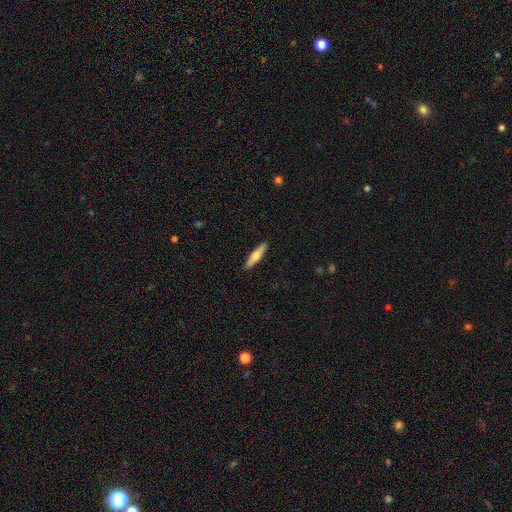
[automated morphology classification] Smooth or featured? smooth (54%)
How rounded? cigar-shaped (79%)
Merging? none (90%)